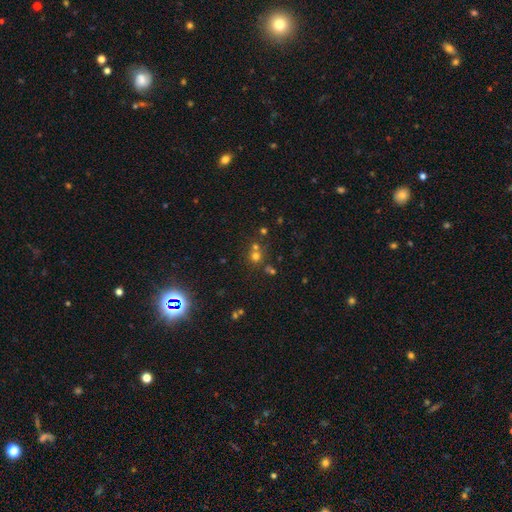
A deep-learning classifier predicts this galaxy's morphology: Smooth or featured? Predicted: smooth (p=0.59). How rounded? Predicted: round (p=0.89). Merging? Predicted: none (p=0.58).